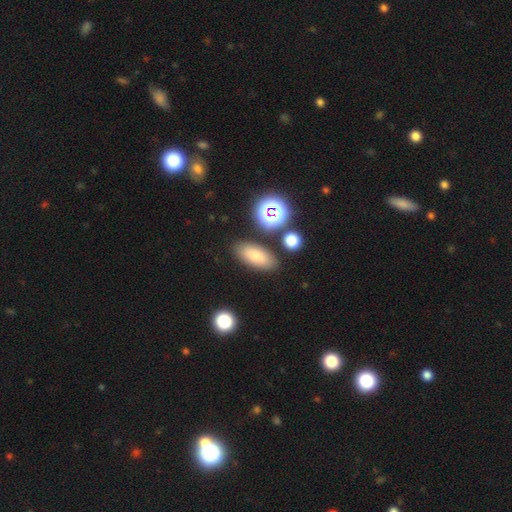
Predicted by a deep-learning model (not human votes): Smooth or featured? smooth (78%)
How rounded? in between (84%)
Merging? none (83%)